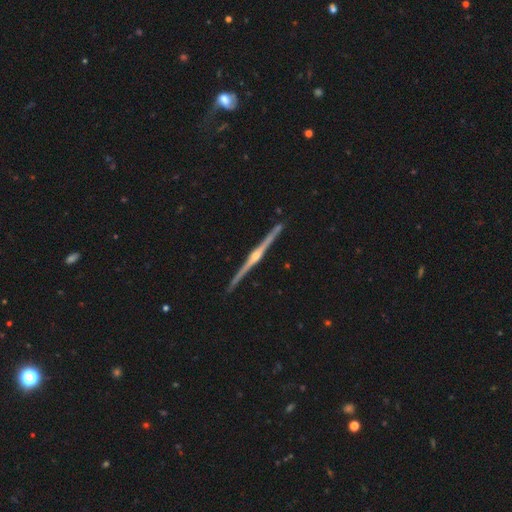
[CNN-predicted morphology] smooth_or_featured: featured or disk (p=0.89) [alt: smooth p=0.06]
disk_edge_on: yes (p=0.99) [alt: no p=0.01]
edge_on_bulge: rounded (p=0.87) [alt: none p=0.07]
merging: none (p=0.92) [alt: minor disturbance p=0.05]